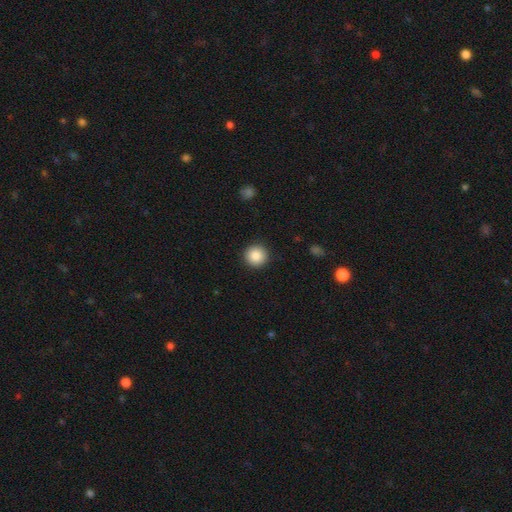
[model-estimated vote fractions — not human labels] Morphology: type=smooth (86%); roundness=round (95%); merging=none (92%).